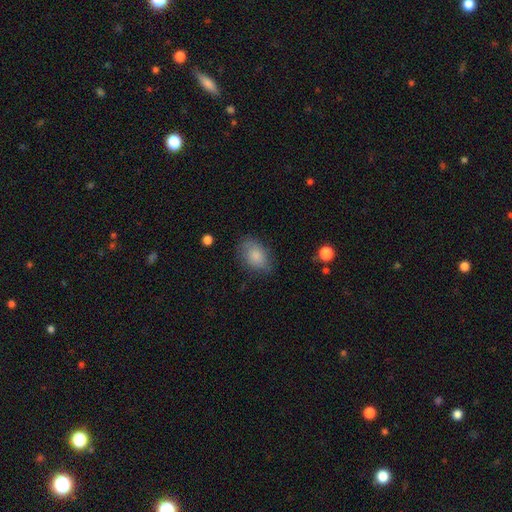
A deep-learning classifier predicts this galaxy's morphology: Smooth or featured? smooth (82%)
How rounded? in between (85%)
Merging? none (72%)